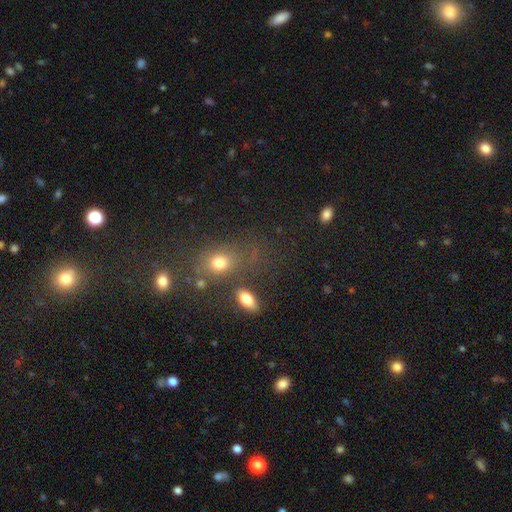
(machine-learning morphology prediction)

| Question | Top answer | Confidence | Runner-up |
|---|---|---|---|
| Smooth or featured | smooth | 58% | star or artifact (29%) |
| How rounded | round | 50% | in between (46%) |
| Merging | none | 58% | merger (18%) |